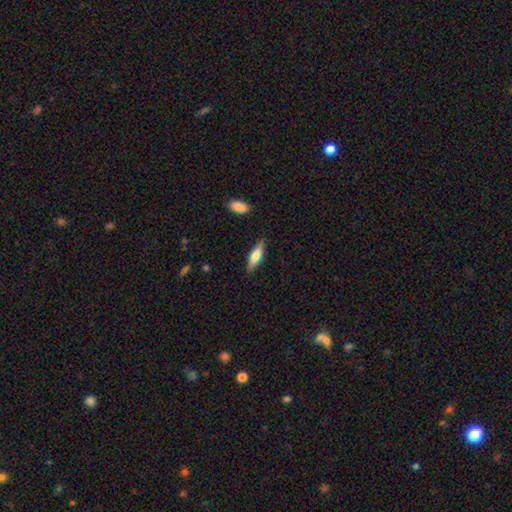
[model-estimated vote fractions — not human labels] Overall: smooth (62%; featured or disk 32%). How rounded: cigar-shaped (55%; in between 43%). Merging: none (85%).